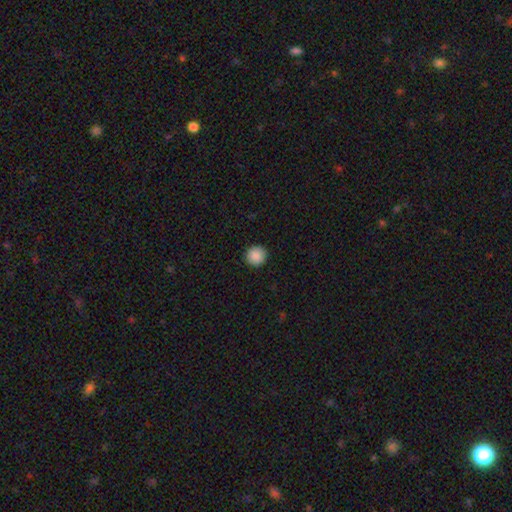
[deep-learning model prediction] This is clearly a smooth galaxy (89%). How rounded: clearly round (95%). Merging: clearly none (92%).